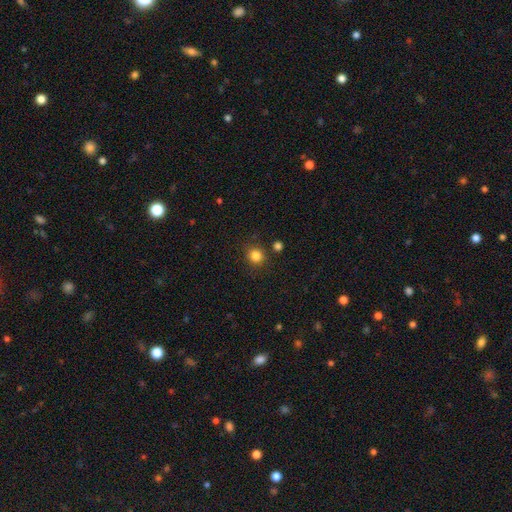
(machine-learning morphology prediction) Smooth or featured: smooth — 83% (star or artifact — 12%)
How rounded: round — 90% (in between — 9%)
Merging: none — 85% (minor disturbance — 8%)